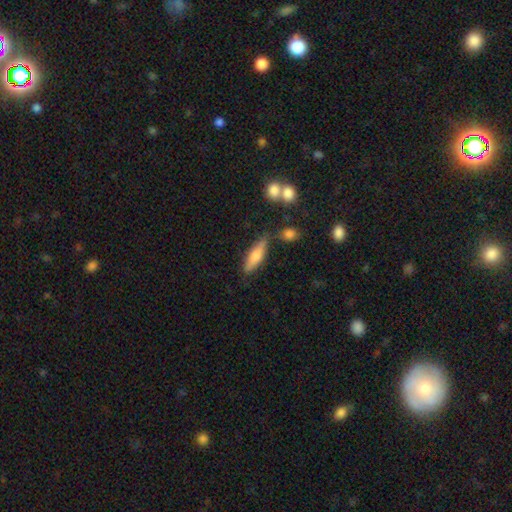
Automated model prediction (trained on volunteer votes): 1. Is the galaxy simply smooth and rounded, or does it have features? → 62% smooth, 31% featured or disk, 7% star or artifact.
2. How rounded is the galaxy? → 64% cigar-shaped, 34% in between, 2% round.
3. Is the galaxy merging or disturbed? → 75% none, 15% minor disturbance, 6% merger, 4% major disturbance.